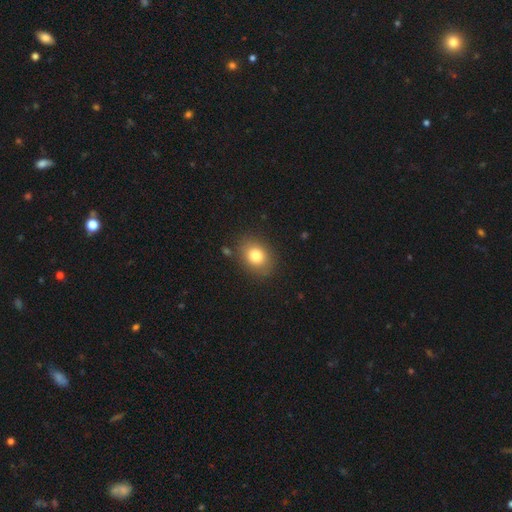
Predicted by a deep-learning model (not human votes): A smooth galaxy with no disk features (80%) that is in between round and cigar-shaped (56%).

Vote fractions:
- Smooth or featured? smooth: 80% / star or artifact: 10% / featured or disk: 10%
- How rounded? in between: 56% / round: 43% / cigar-shaped: 1%
- Merging? none: 83% / minor disturbance: 11% / major disturbance: 3% / merger: 3%